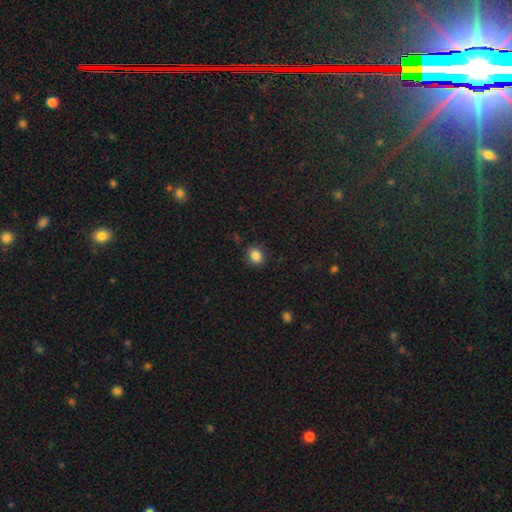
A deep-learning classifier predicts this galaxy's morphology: Smooth or featured? Predicted: smooth (p=0.86). How rounded? Predicted: round (p=0.62). Merging? Predicted: none (p=0.88).